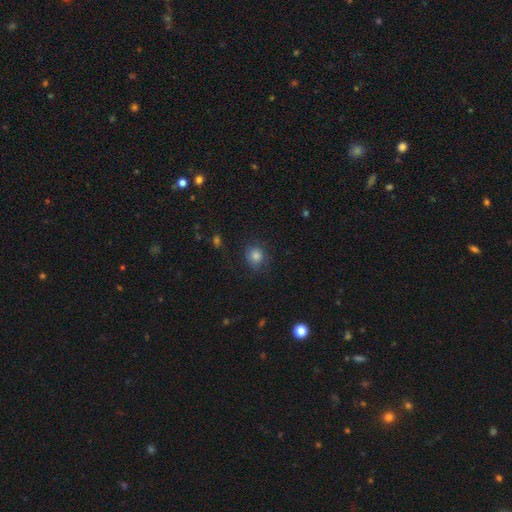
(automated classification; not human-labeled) smooth-or-featured: smooth: 78% | star or artifact: 13% | featured or disk: 8%
  how-rounded: round: 83% | in between: 16% | cigar-shaped: 1%
  merging: none: 78% | minor disturbance: 15% | major disturbance: 6% | merger: 1%